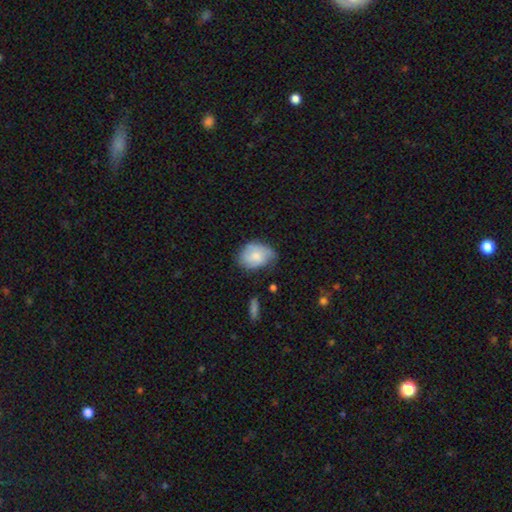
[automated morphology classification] Q: Smooth or featured?
A: smooth (64%); runner-up: featured or disk (30%)
Q: How rounded?
A: in between (64%); runner-up: round (35%)
Q: Merging?
A: none (49%); runner-up: minor disturbance (37%)